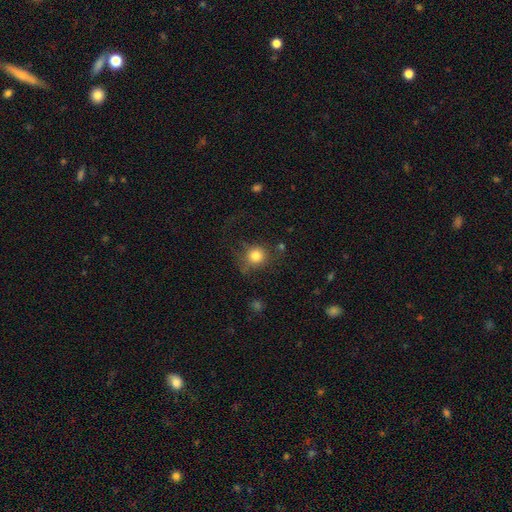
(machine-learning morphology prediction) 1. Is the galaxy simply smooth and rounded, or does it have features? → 80% smooth, 11% star or artifact, 9% featured or disk.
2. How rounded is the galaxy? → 89% round, 10% in between, 1% cigar-shaped.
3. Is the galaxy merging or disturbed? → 62% none, 19% minor disturbance, 15% major disturbance, 4% merger.